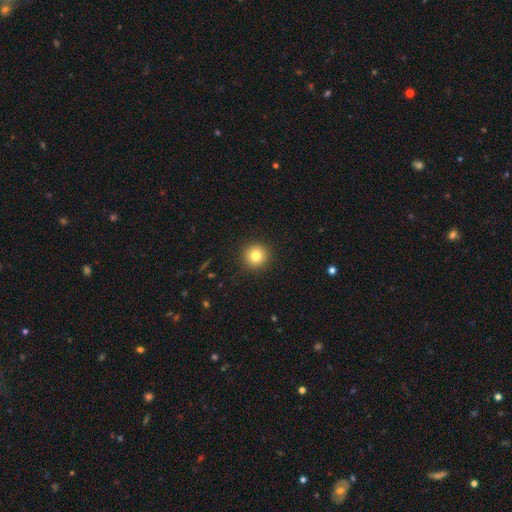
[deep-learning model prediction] Q: Smooth or featured?
A: smooth (81%); runner-up: star or artifact (11%)
Q: How rounded?
A: round (96%); runner-up: in between (4%)
Q: Merging?
A: none (92%); runner-up: minor disturbance (5%)